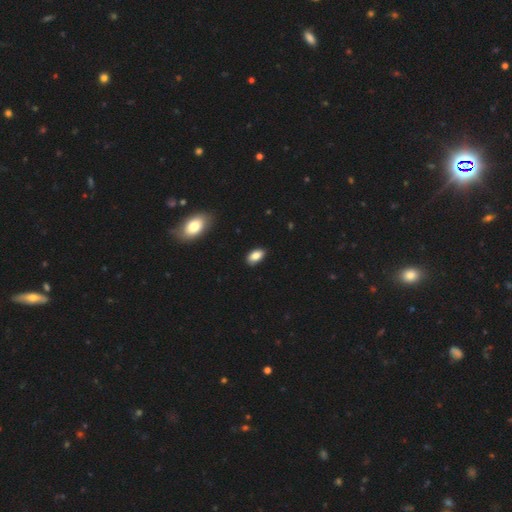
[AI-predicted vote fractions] smooth_or_featured: smooth (p=0.85) [alt: star or artifact p=0.08]
how_rounded: in between (p=0.93) [alt: round p=0.05]
merging: none (p=0.85) [alt: minor disturbance p=0.12]